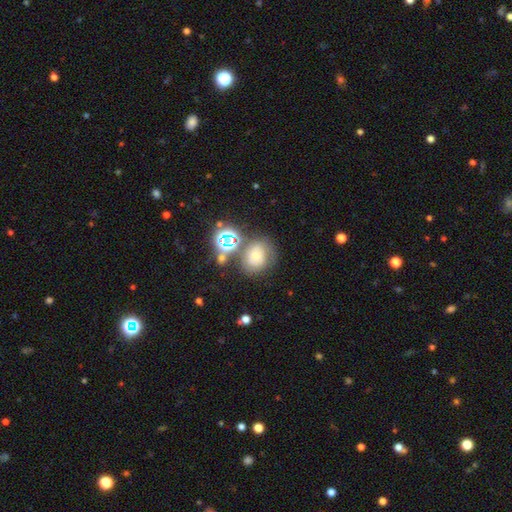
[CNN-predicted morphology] A smooth galaxy with no disk features (47%). Merging: none (56%).